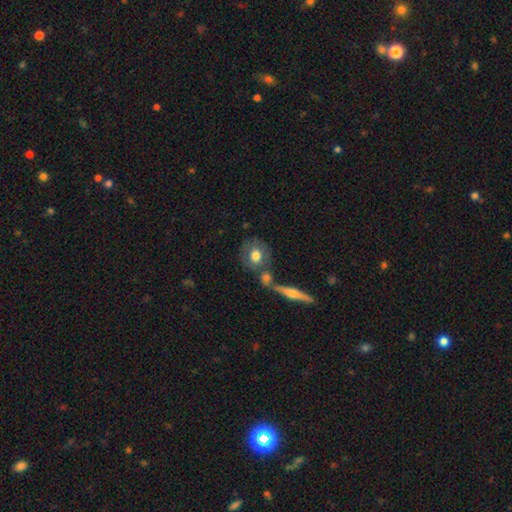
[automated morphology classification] type=smooth (64%); roundness=round (67%); merging=none (57%).